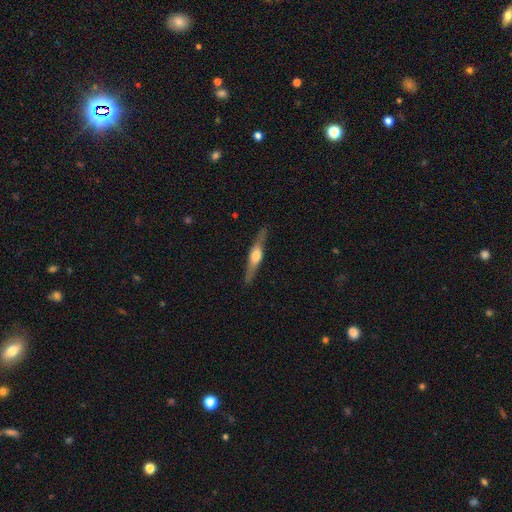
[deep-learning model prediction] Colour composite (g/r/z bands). It shows a featured or disk galaxy (71%) viewed edge-on (96%) with a rounded central bulge (88%). Merging: none (88%).